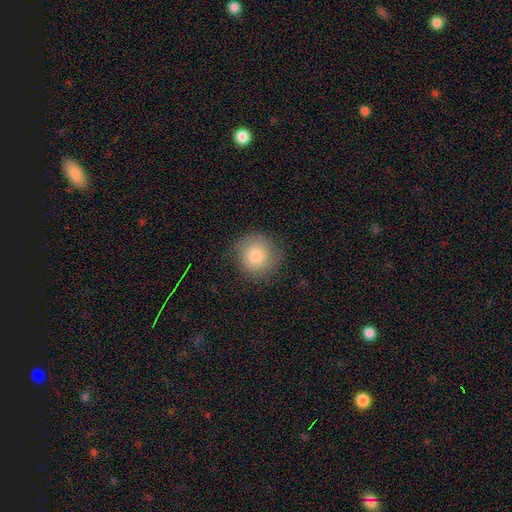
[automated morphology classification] smooth-or-featured: smooth: 76% | featured or disk: 15% | star or artifact: 9%
  how-rounded: round: 91% | in between: 8% | cigar-shaped: 1%
  merging: none: 78% | minor disturbance: 16% | major disturbance: 5% | merger: 1%